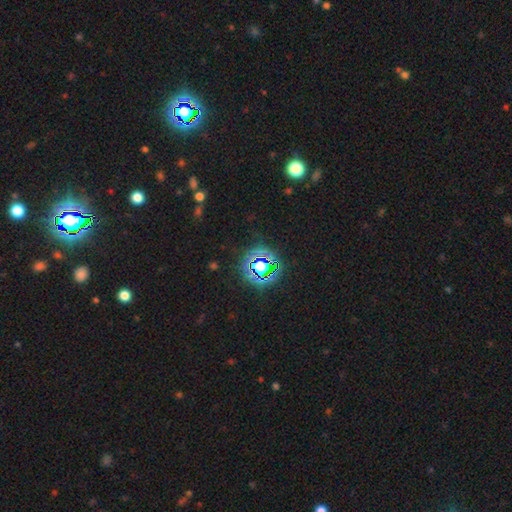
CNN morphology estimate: smooth_or_featured: star or artifact (p=0.78) [alt: smooth p=0.14]